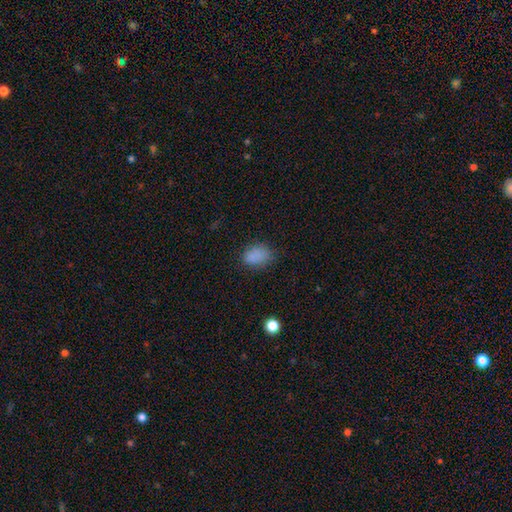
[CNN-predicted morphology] type=smooth (84%); roundness=in between (75%); merging=none (72%).